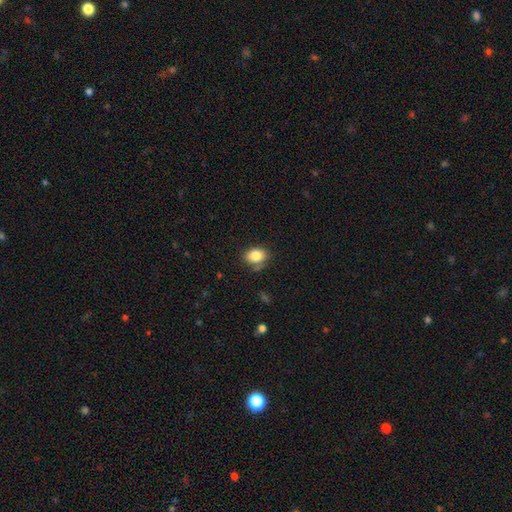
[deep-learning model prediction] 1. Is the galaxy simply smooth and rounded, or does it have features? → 83% smooth, 9% star or artifact, 8% featured or disk.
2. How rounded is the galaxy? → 68% in between, 31% round, 1% cigar-shaped.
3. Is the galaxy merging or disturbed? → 67% none, 22% minor disturbance, 6% major disturbance, 5% merger.